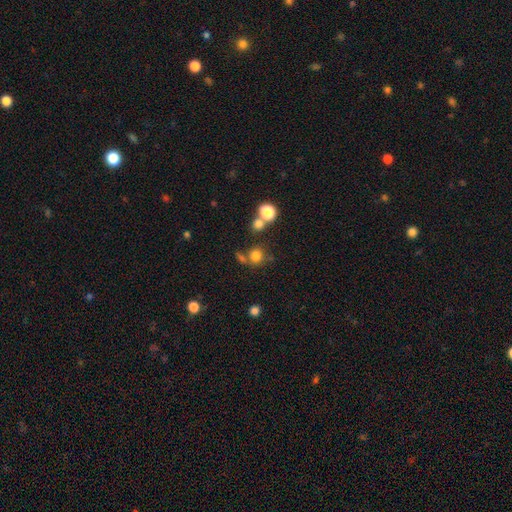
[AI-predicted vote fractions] Smooth or featured?
  - smooth: 76% *
  - star or artifact: 16%
  - featured or disk: 8%
How rounded?
  - round: 86% *
  - in between: 13%
  - cigar-shaped: 1%
Merging?
  - none: 61% *
  - merger: 21%
  - minor disturbance: 11%
  - major disturbance: 7%